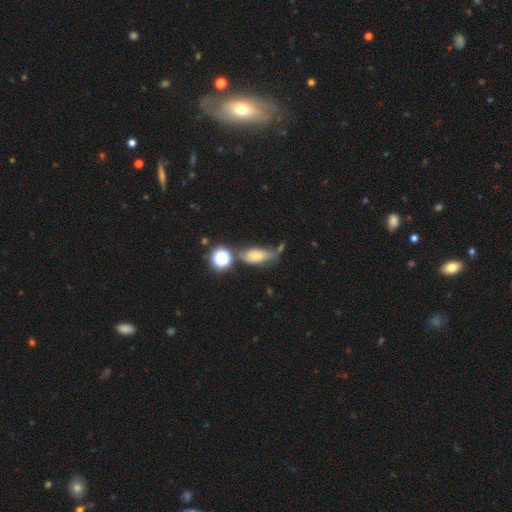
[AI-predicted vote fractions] smooth 63%, featured or disk 22%, star or artifact 15%. Down the decision tree: how rounded — in between (74%); merging — none (45%).